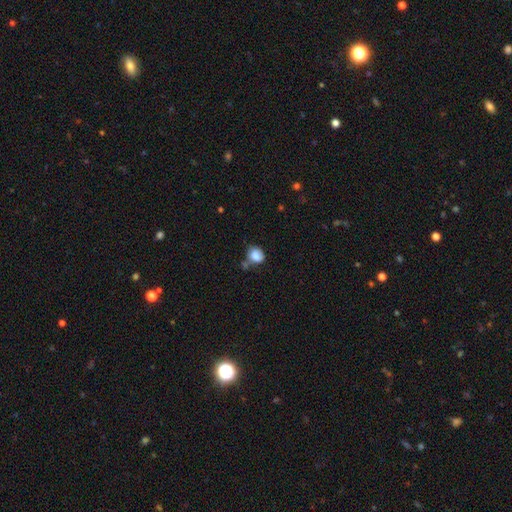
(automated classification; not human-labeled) Overall: smooth (81%). How rounded: round (50%; in between 49%). Merging: none (44%; minor disturbance 27%).